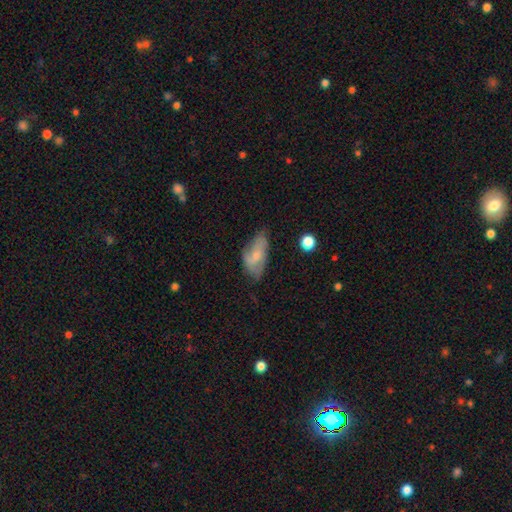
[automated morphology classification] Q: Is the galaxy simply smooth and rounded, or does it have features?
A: smooth — 46%, tied with featured or disk.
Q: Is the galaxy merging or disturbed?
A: none — 51%.